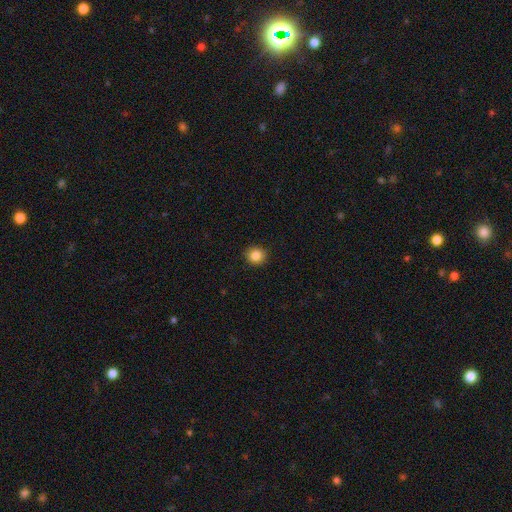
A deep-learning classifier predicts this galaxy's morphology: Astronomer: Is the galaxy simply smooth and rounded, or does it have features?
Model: smooth — 85%.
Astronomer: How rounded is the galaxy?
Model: round — 89%.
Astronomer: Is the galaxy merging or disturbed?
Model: none — 92%.